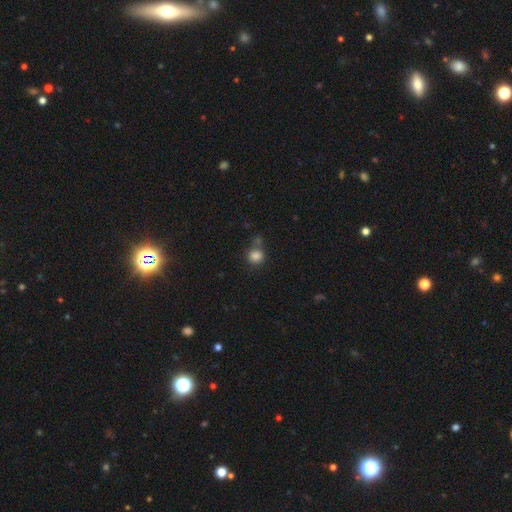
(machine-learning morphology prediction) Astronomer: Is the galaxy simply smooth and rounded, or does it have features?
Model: smooth — 84%.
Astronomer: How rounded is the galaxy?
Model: round — 82%.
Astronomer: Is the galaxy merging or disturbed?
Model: none — 62%.